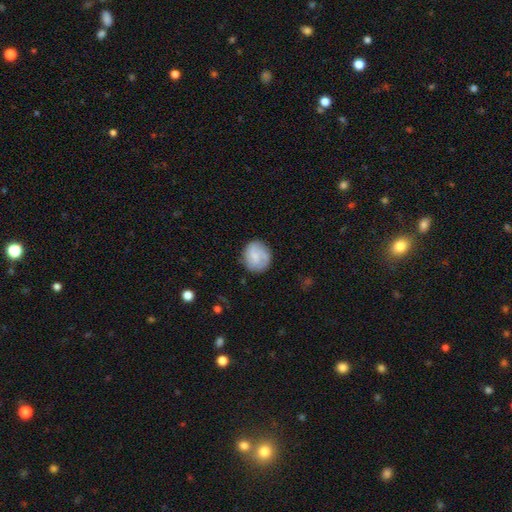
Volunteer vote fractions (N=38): This appears to be a smooth galaxy with no disk features (68%) that is round (96%). Merging: none (83%).